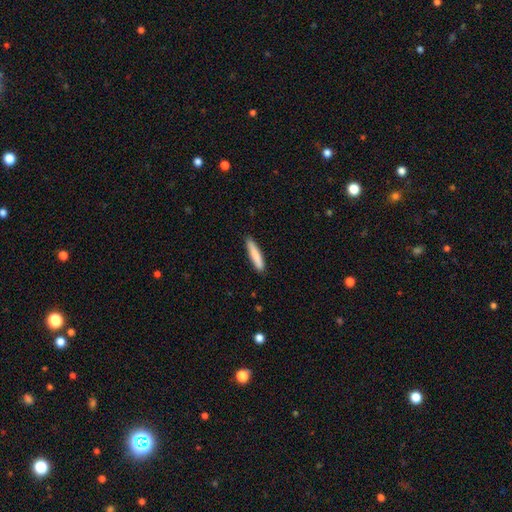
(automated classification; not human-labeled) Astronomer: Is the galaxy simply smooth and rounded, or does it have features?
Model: smooth — 83%.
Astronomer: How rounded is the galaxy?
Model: cigar-shaped — 89%.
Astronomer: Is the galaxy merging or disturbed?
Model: none — 87%.